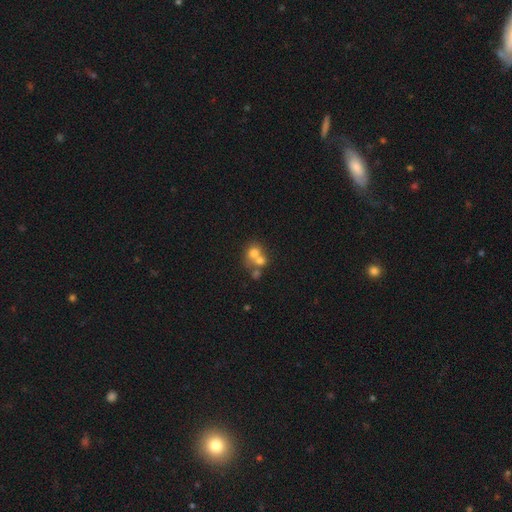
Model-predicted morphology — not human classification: smooth_or_featured: smooth (p=0.65) [alt: featured or disk p=0.22]
how_rounded: round (p=0.73) [alt: in between p=0.26]
merging: merger (p=0.60) [alt: none p=0.30]